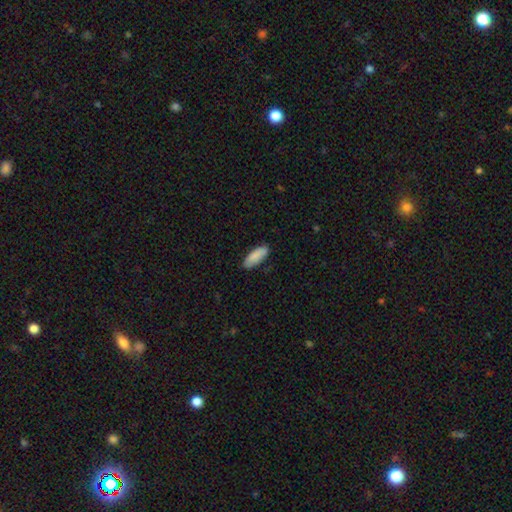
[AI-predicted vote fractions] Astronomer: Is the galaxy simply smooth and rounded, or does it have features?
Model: smooth — 87%.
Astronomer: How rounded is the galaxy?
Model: in between — 72%.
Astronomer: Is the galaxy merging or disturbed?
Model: none — 84%.